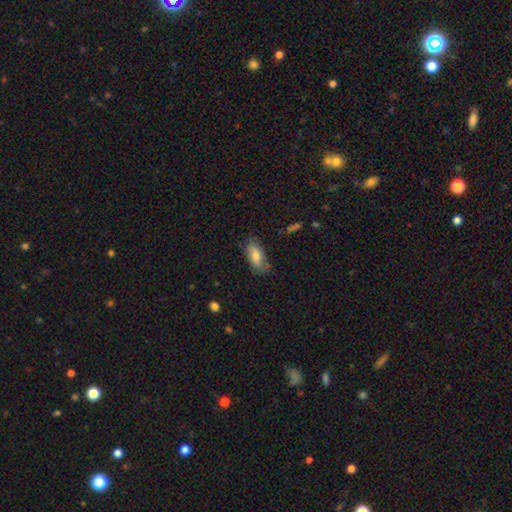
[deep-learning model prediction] Smooth or featured? smooth (74%)
How rounded? in between (83%)
Merging? none (74%)